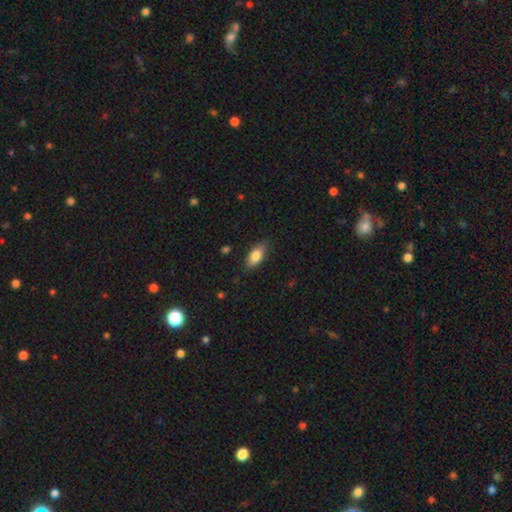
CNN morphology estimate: The model was most divided on "merging": none: 84%, minor disturbance: 12%, major disturbance: 2%, merger: 1%. More confident: how rounded — in between (86%); smooth or featured — smooth (83%).